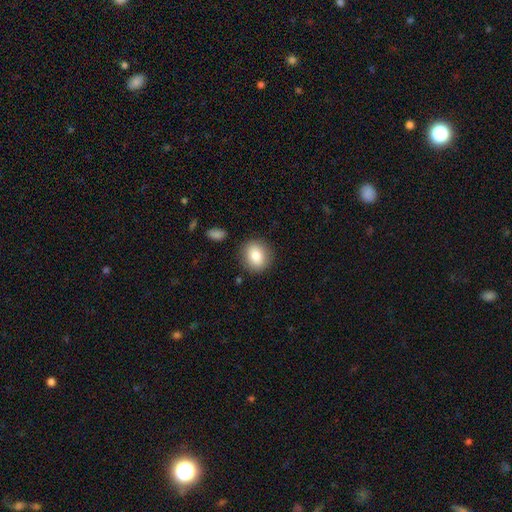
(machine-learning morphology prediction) smooth 82%, featured or disk 10%, star or artifact 8%. Down the decision tree: how rounded — round (73%); merging — none (86%).